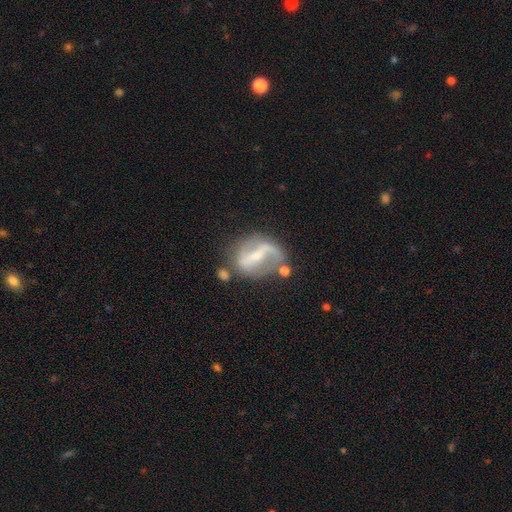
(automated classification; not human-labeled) Morphology: type=featured or disk (75%); edge-on=no (94%); bar=strong (57%); spiral arms=yes (73%); winding=loose (51%); arm count=2 (73%); bulge=small (51%); merging=none (52%).